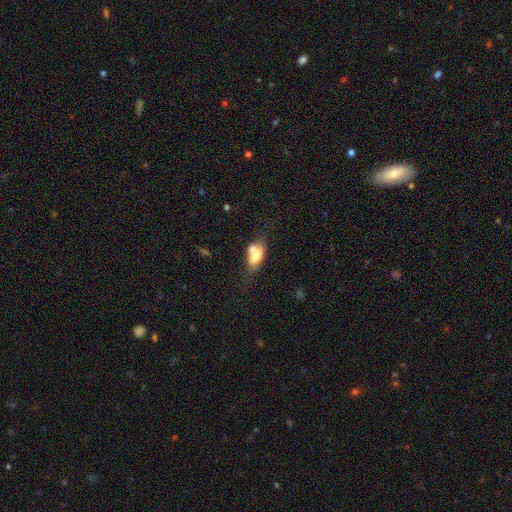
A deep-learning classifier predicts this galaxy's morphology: Overall: smooth (63%; featured or disk 28%). How rounded: in between (82%). Merging: merger (41%; none 32%).